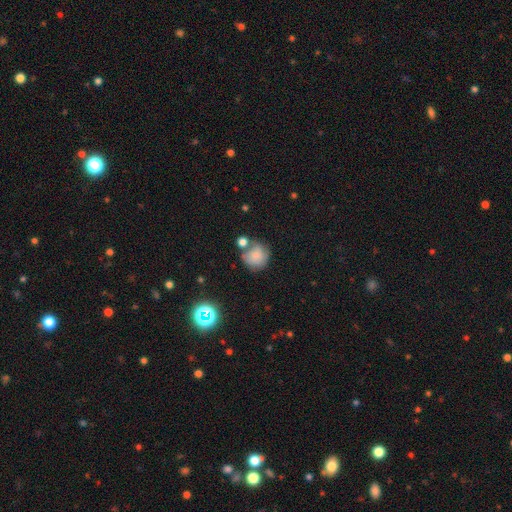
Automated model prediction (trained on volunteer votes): The model was most divided on "merging": none: 50%, merger: 23%, minor disturbance: 19%, major disturbance: 8%. More confident: how rounded — round (86%); smooth or featured — smooth (75%).